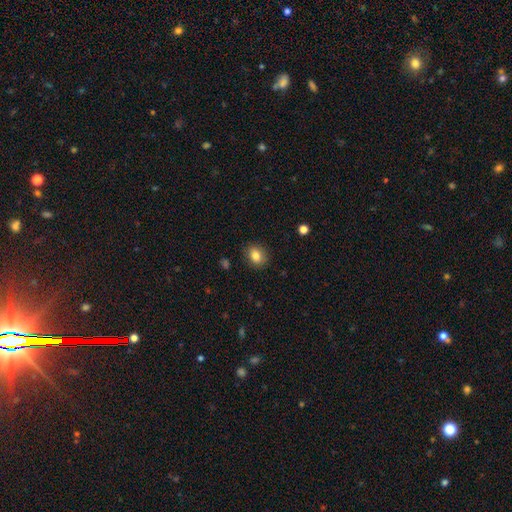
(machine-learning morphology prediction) Smooth or featured? smooth (83%)
How rounded? round (52%)
Merging? none (87%)